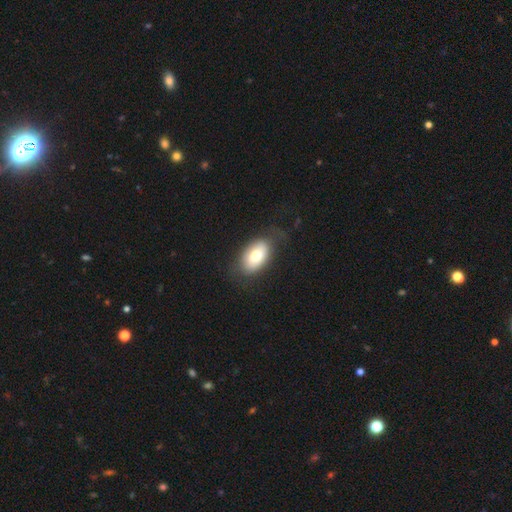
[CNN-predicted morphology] Smooth or featured?
  - smooth: 71% *
  - featured or disk: 22%
  - star or artifact: 7%
How rounded?
  - in between: 91% *
  - round: 7%
  - cigar-shaped: 2%
Merging?
  - none: 73% *
  - minor disturbance: 18%
  - major disturbance: 8%
  - merger: 1%